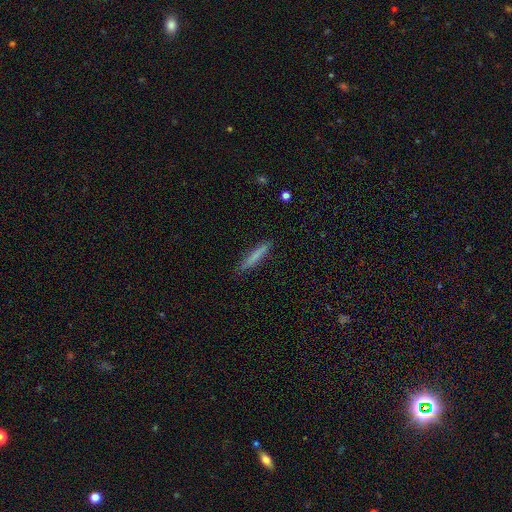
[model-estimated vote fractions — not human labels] A smooth galaxy with no disk features (76%) that is cigar-shaped (94%). Merging: none (88%).